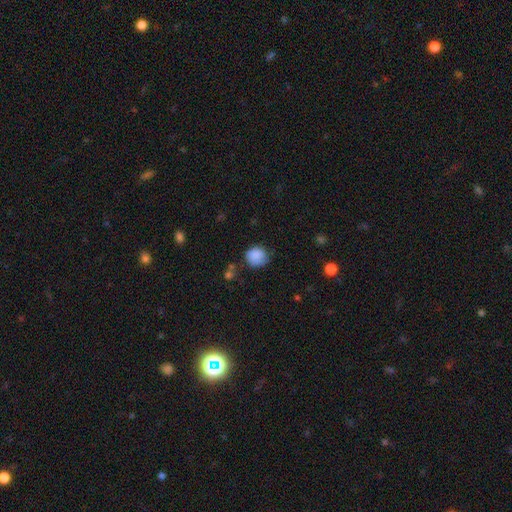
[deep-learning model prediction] A smooth galaxy with no disk features (85%) that is round (77%). Merging: none (66%).